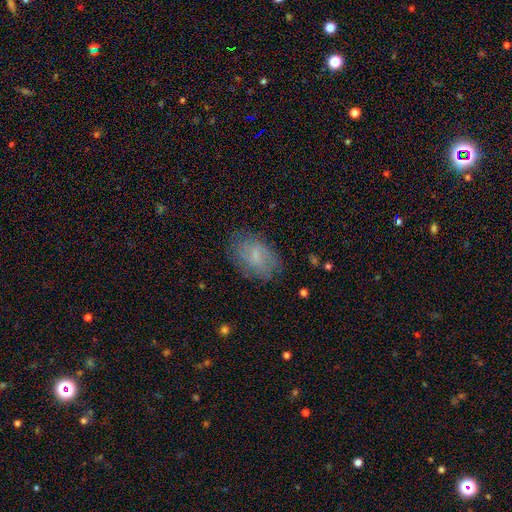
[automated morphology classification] A smooth galaxy with no disk features (55%) that is in between round and cigar-shaped (88%). Merging: none (75%).